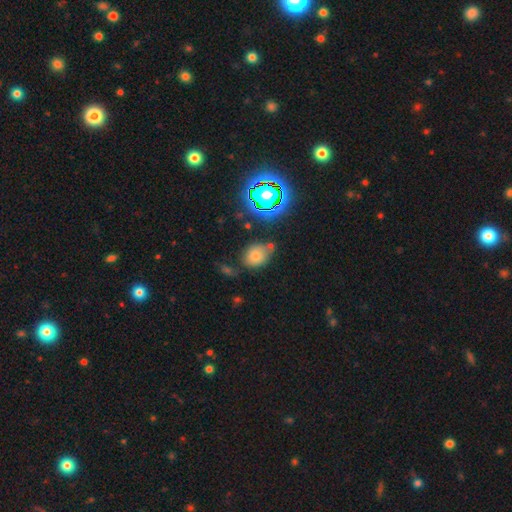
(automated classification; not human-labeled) Smooth or featured? Predicted: smooth (p=0.70). How rounded? Predicted: in between (p=0.67). Merging? Predicted: none (p=0.60).